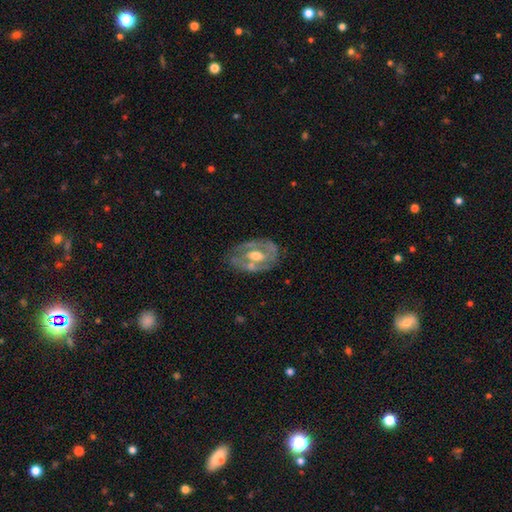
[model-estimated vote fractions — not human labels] Smooth or featured? featured or disk (77%)
Edge-on disk? no (94%)
Bar? no (43%)
Spiral arms? yes (61%)
Bulge size? moderate (72%)
Merging? none (60%)